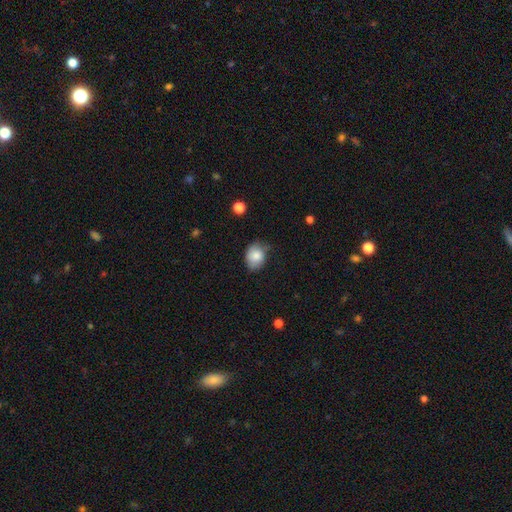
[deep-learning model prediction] Morphology: type=smooth (81%); roundness=in between (60%); merging=none (56%).